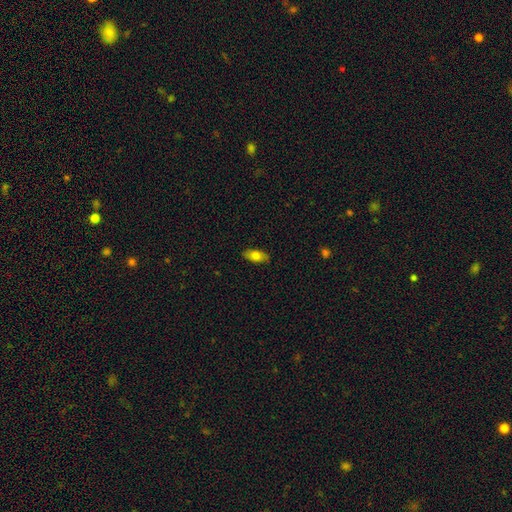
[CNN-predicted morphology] smooth 75%, featured or disk 18%, star or artifact 7%. Down the decision tree: how rounded — in between (88%); merging — none (86%).